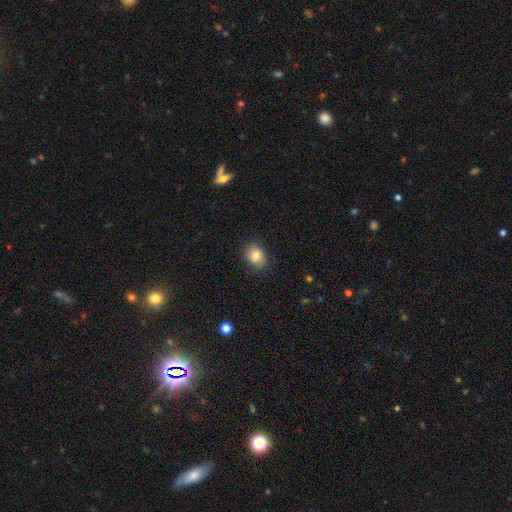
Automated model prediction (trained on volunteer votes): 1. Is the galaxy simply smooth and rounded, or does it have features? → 81% smooth, 10% featured or disk, 9% star or artifact.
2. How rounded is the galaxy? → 51% in between, 48% round, 1% cigar-shaped.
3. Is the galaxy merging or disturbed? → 81% none, 14% minor disturbance, 3% major disturbance, 1% merger.